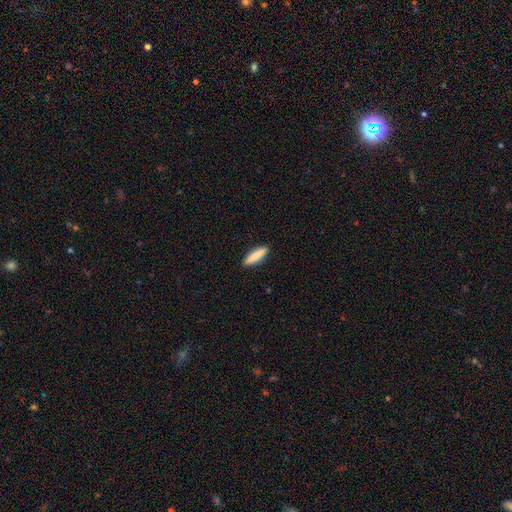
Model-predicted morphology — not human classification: smooth 85%, featured or disk 9%, star or artifact 6%. Down the decision tree: how rounded — cigar-shaped (71%); merging — none (91%).